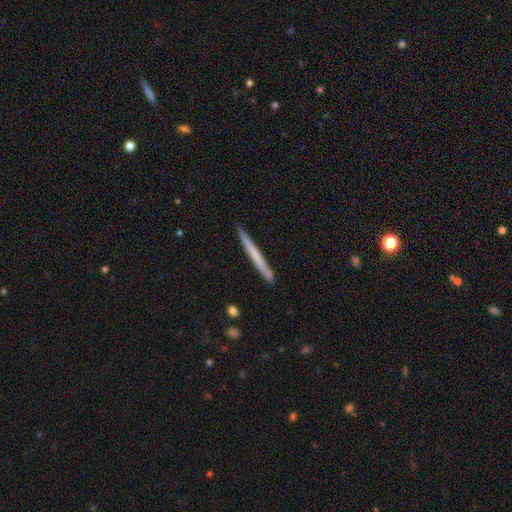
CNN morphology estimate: A smooth galaxy with no disk features (58%) that is cigar-shaped (97%).

Vote fractions:
- Smooth or featured? smooth: 58% / featured or disk: 36% / star or artifact: 6%
- How rounded? cigar-shaped: 97% / in between: 1% / round: 1%
- Merging? none: 90% / minor disturbance: 7% / merger: 1% / major disturbance: 1%